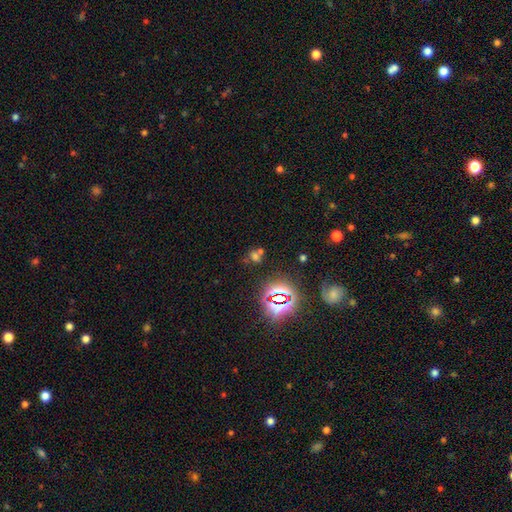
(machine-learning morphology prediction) The model was most divided on "smooth or featured": star or artifact: 55%, smooth: 33%, featured or disk: 12%.